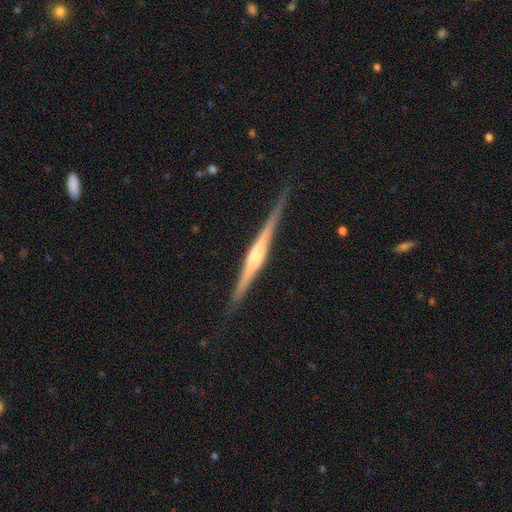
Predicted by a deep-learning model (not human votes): This is clearly a featured or disk galaxy (83%). It is clearly viewed edge-on (98%). Edge-on bulge: likely rounded (73%). Merging: clearly none (88%).